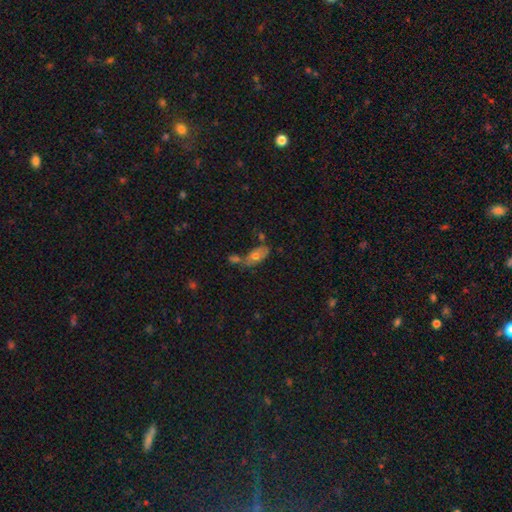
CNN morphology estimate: A smooth galaxy with no disk features (63%) that is in between round and cigar-shaped (87%). Merging: none (43%).